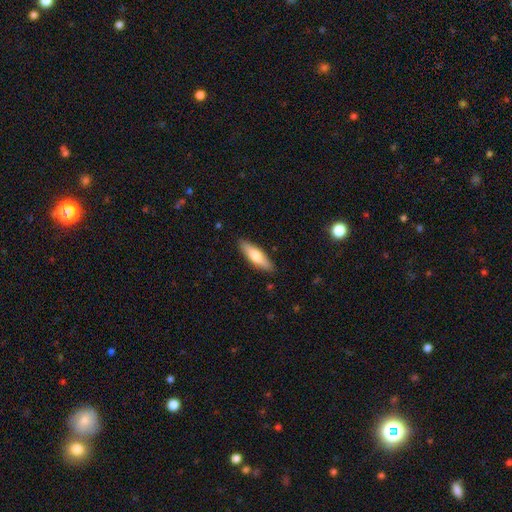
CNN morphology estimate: Q: Smooth or featured?
A: smooth (66%); runner-up: featured or disk (28%)
Q: How rounded?
A: cigar-shaped (55%); runner-up: in between (43%)
Q: Merging?
A: none (88%); runner-up: minor disturbance (9%)